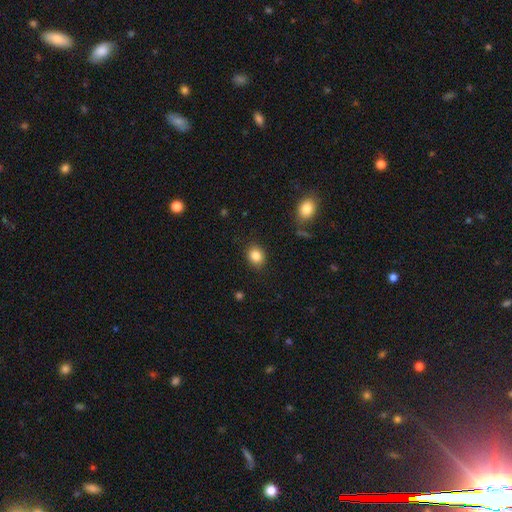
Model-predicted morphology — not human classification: The model was most divided on "how rounded": round: 60%, in between: 39%, cigar-shaped: 1%. More confident: merging — none (87%); smooth or featured — smooth (85%).